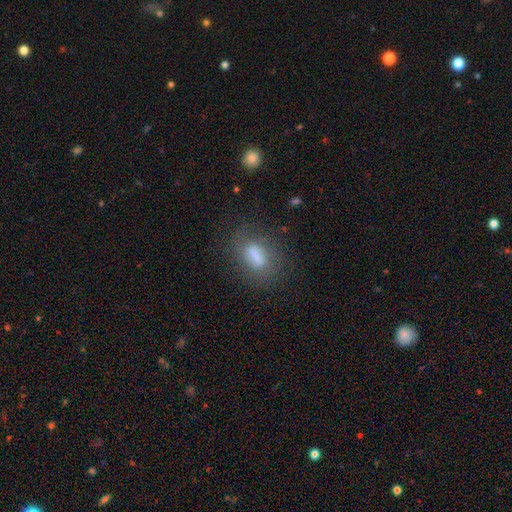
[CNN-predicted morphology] The model was most divided on "how rounded": in between: 65%, cigar-shaped: 26%, round: 10%. More confident: merging — none (67%); smooth or featured — smooth (67%).